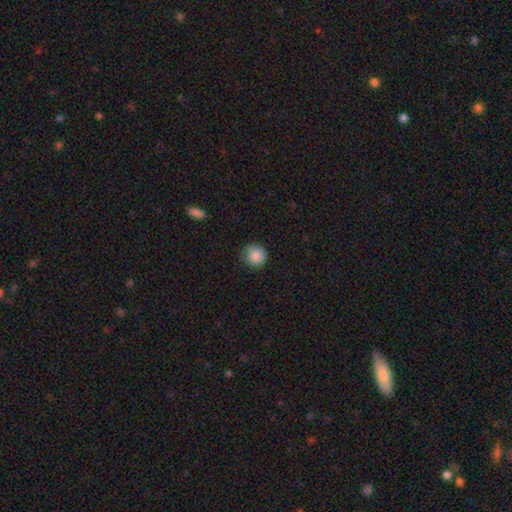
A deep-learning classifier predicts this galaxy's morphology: The model was most divided on "merging": none: 83%, minor disturbance: 14%, major disturbance: 3%, merger: 1%. More confident: how rounded — round (93%); smooth or featured — smooth (87%).